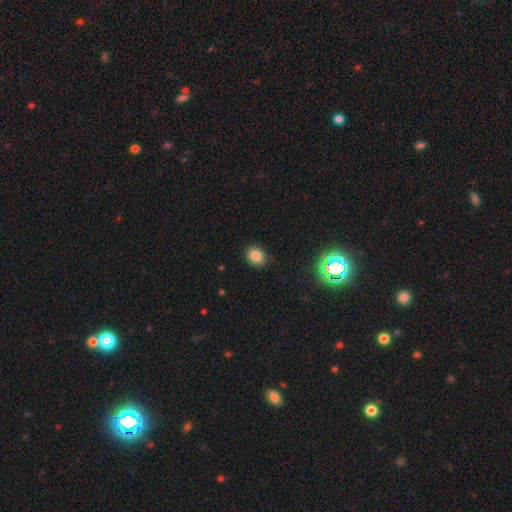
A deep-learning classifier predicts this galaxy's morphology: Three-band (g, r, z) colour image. It shows a smooth galaxy with no disk features (81%) that is round (62%). Merging: none (87%).